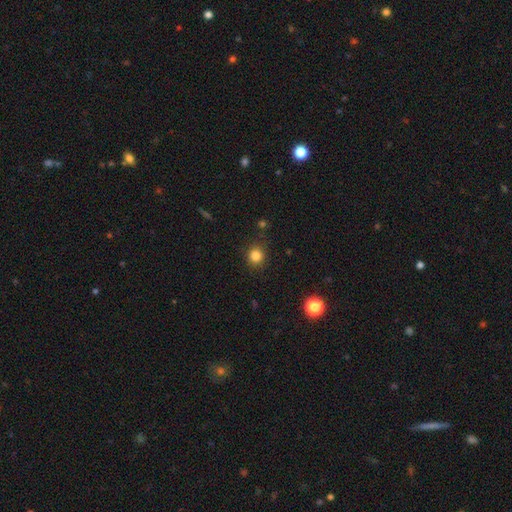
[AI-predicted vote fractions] Smooth or featured?
  - smooth: 83% *
  - star or artifact: 13%
  - featured or disk: 4%
How rounded?
  - round: 87% *
  - in between: 12%
  - cigar-shaped: 1%
Merging?
  - none: 87% *
  - minor disturbance: 9%
  - major disturbance: 3%
  - merger: 2%